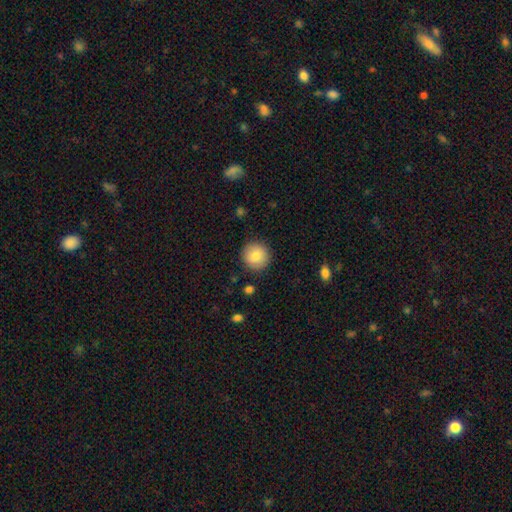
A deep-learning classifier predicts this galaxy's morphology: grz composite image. It shows a smooth galaxy with no disk features (82%) that is round (94%). Merging: none (90%).